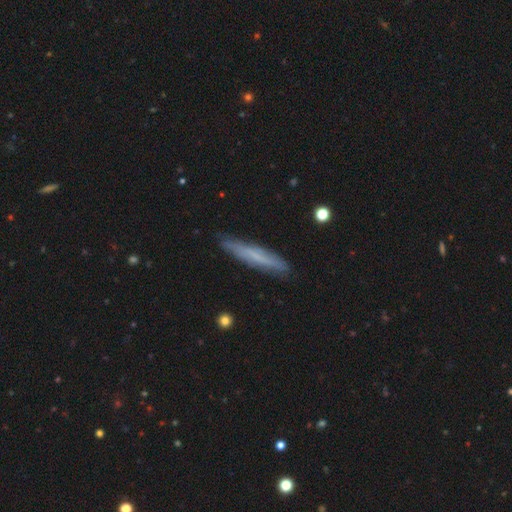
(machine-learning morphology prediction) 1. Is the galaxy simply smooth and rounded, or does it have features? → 57% smooth, 36% featured or disk, 7% star or artifact.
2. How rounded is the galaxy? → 93% cigar-shaped, 6% in between, 1% round.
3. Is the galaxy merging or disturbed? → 86% none, 11% minor disturbance, 2% major disturbance, 1% merger.